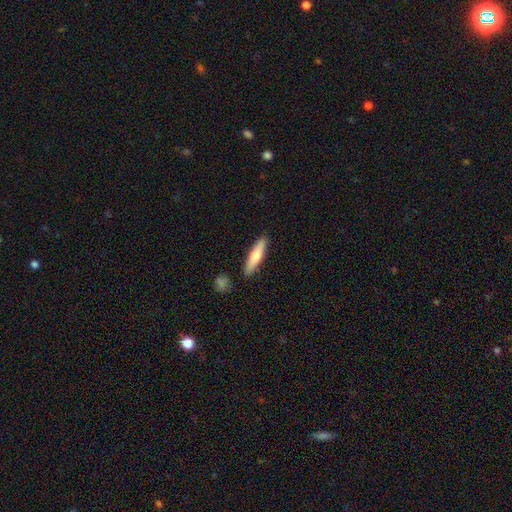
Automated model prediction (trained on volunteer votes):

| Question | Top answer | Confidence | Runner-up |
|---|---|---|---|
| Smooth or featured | smooth | 68% | featured or disk (26%) |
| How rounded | cigar-shaped | 79% | in between (19%) |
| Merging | none | 87% | minor disturbance (9%) |